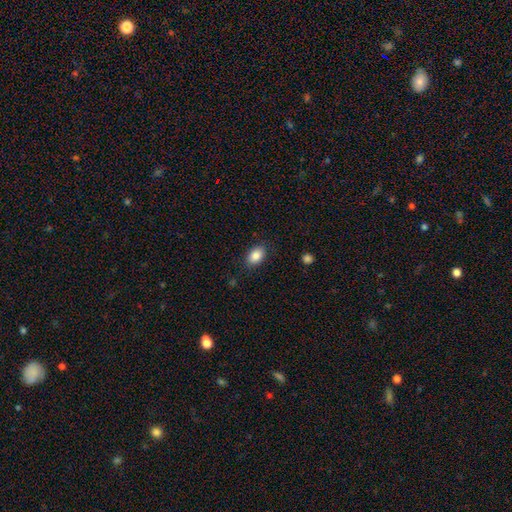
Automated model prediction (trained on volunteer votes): Smooth or featured: smooth — 87% (star or artifact — 8%)
How rounded: in between — 86% (round — 13%)
Merging: none — 85% (minor disturbance — 11%)